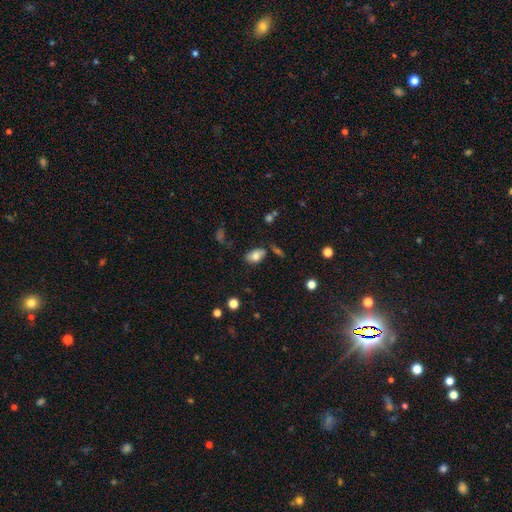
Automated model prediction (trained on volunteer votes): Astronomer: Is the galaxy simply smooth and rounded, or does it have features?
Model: smooth — 77%.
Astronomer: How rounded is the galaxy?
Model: in between — 91%.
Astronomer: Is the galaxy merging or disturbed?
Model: none — 67%.